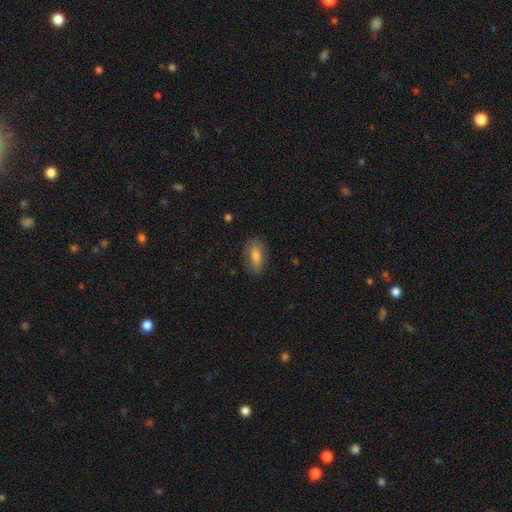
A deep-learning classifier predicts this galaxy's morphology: A smooth galaxy with no disk features (76%) that is in between round and cigar-shaped (75%).

Vote fractions:
- Smooth or featured? smooth: 76% / featured or disk: 16% / star or artifact: 9%
- How rounded? in between: 75% / cigar-shaped: 21% / round: 4%
- Merging? none: 82% / minor disturbance: 14% / major disturbance: 3% / merger: 1%